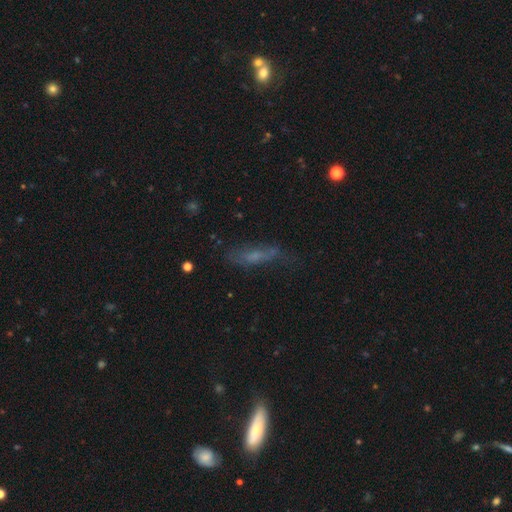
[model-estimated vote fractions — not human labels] smooth_or_featured: smooth (p=0.46) [alt: featured or disk p=0.37]
merging: none (p=0.56) [alt: minor disturbance p=0.25]